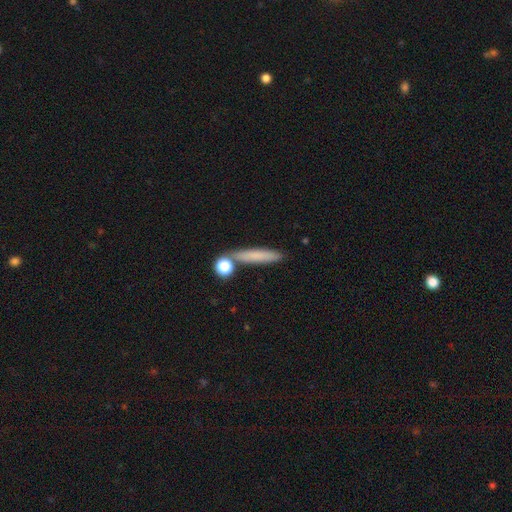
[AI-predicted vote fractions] This appears to be a smooth galaxy with no disk features (73%) that is cigar-shaped (84%). Merging: none (77%).